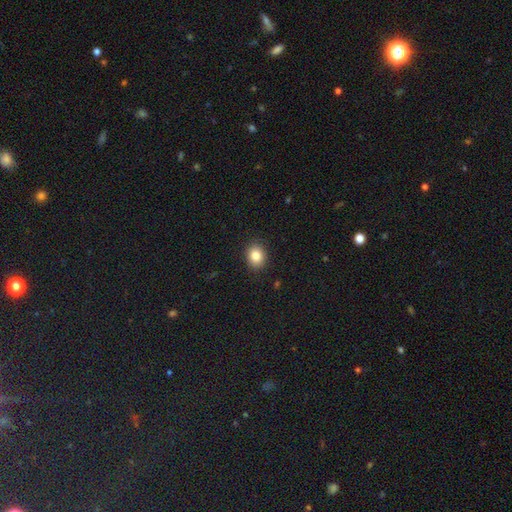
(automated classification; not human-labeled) smooth_or_featured: smooth (p=0.84) [alt: star or artifact p=0.10]
how_rounded: round (p=0.51) [alt: in between p=0.48]
merging: none (p=0.89) [alt: minor disturbance p=0.08]